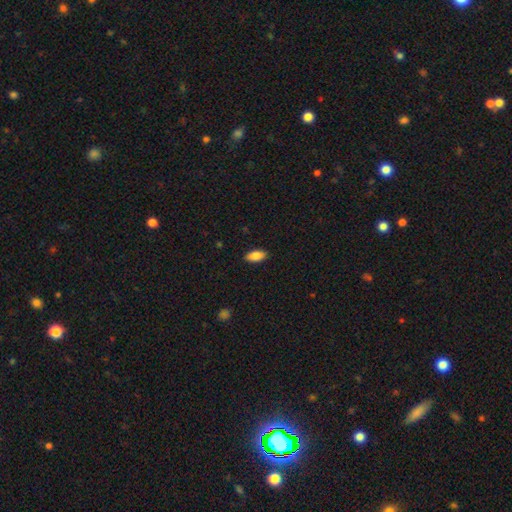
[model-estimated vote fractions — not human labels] A smooth galaxy with no disk features (83%) that is in between round and cigar-shaped (87%). Merging: none (89%).